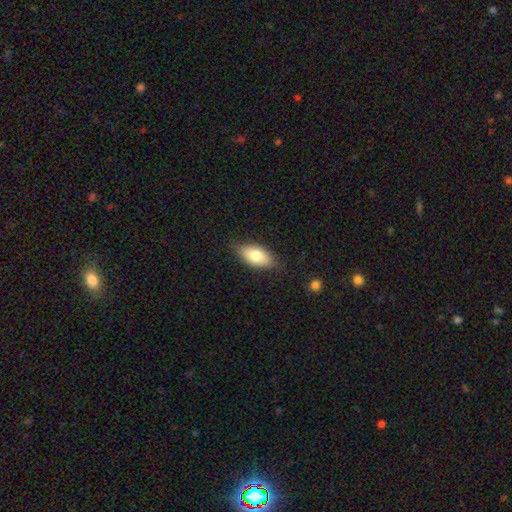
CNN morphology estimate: smooth_or_featured: smooth (p=0.77) [alt: featured or disk p=0.17]
how_rounded: in between (p=0.89) [alt: cigar-shaped p=0.07]
merging: none (p=0.82) [alt: minor disturbance p=0.14]